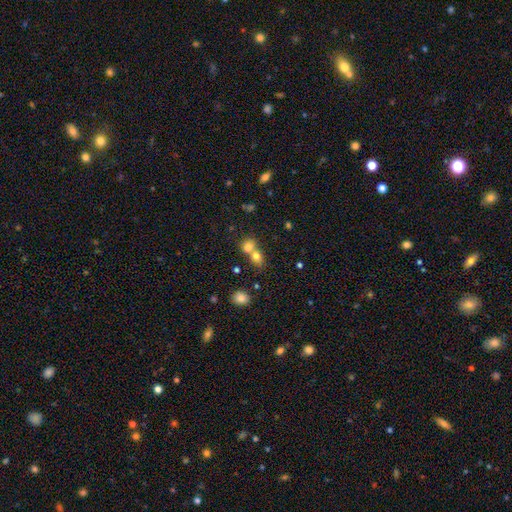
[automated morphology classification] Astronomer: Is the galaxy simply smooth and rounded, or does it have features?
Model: smooth — 75%.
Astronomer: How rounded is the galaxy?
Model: round — 60% (runner-up: in between, 38%).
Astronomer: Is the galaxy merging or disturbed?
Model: merger — 57% (runner-up: none, 34%).